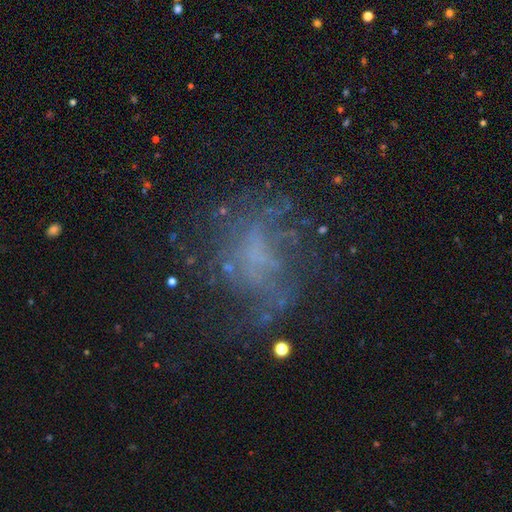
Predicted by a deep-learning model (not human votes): Smooth or featured? featured or disk (56%)
Edge-on disk? no (97%)
Bar? no (73%)
Spiral arms? no (52%)
Bulge size? none (68%)
Merging? none (55%)